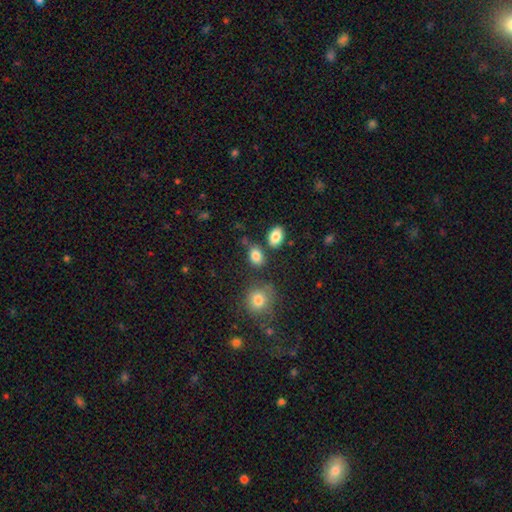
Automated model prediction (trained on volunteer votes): smooth-or-featured: smooth: 84% | star or artifact: 10% | featured or disk: 6%
  how-rounded: in between: 73% | round: 26% | cigar-shaped: 1%
  merging: none: 69% | merger: 13% | minor disturbance: 13% | major disturbance: 5%